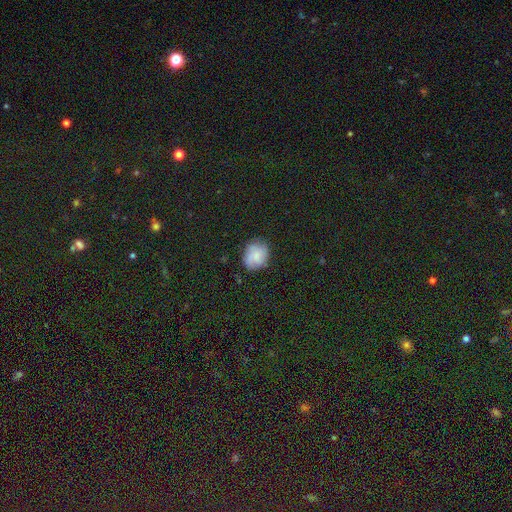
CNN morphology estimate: Q: Smooth or featured?
A: smooth (63%); runner-up: featured or disk (20%)
Q: How rounded?
A: round (55%); runner-up: in between (44%)
Q: Merging?
A: none (76%); runner-up: minor disturbance (17%)